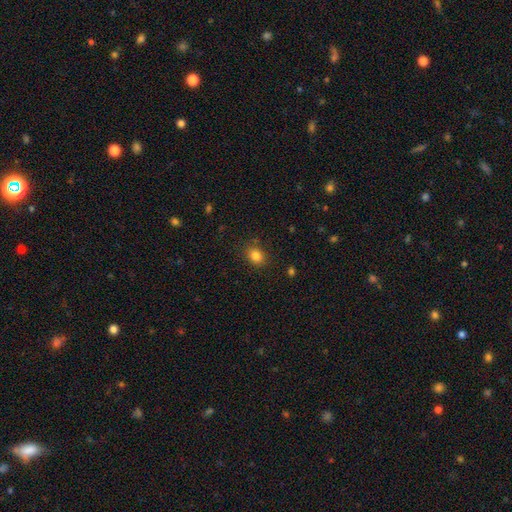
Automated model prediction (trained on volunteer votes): Smooth or featured? Predicted: smooth (p=0.83). How rounded? Predicted: round (p=0.53). Merging? Predicted: none (p=0.85).